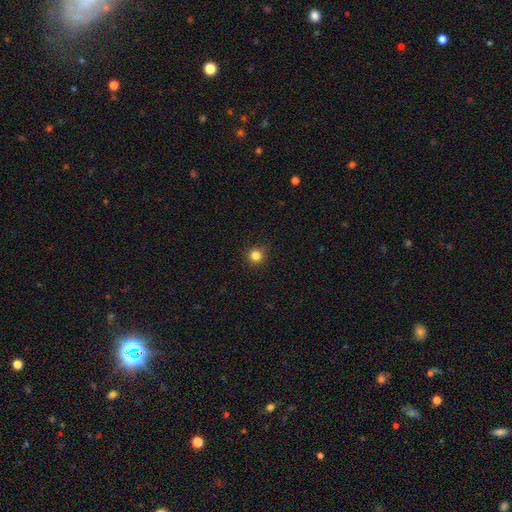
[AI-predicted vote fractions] Smooth or featured? smooth (82%)
How rounded? round (94%)
Merging? none (85%)